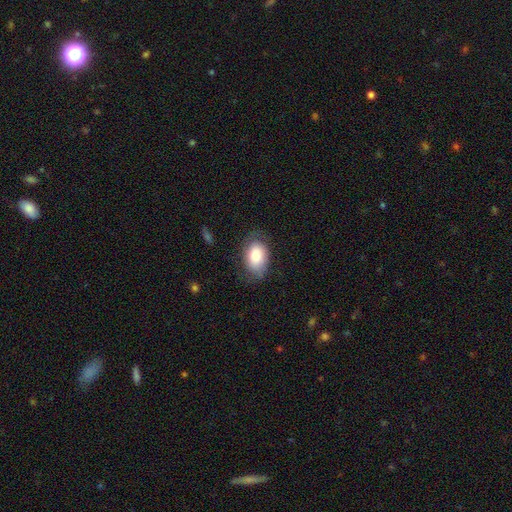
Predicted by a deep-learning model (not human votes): This is likely a smooth galaxy (78%). How rounded: clearly in between (86%). Merging: likely none (69%).